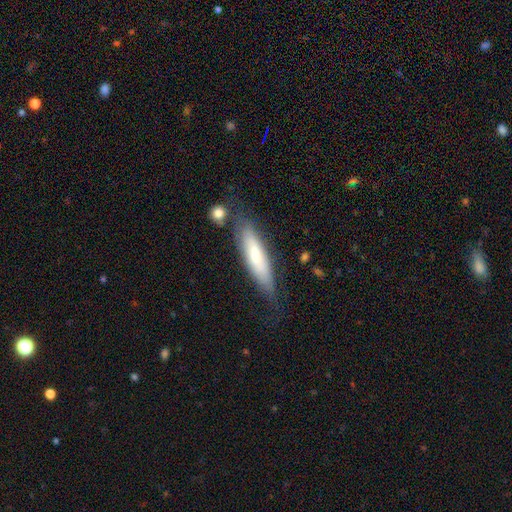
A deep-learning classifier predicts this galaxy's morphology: The model was most divided on "smooth or featured": smooth: 63%, featured or disk: 31%, star or artifact: 6%. More confident: how rounded — cigar-shaped (73%); merging — none (68%).